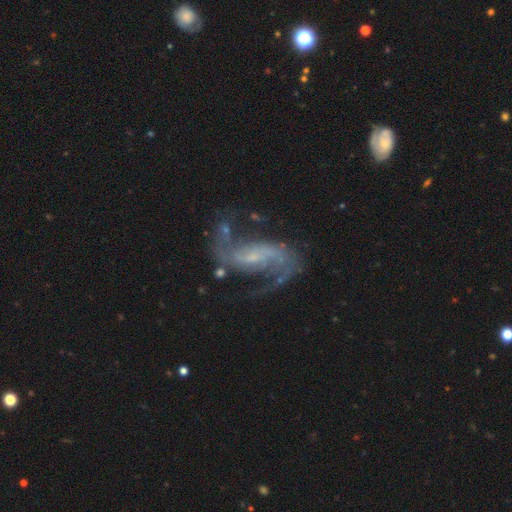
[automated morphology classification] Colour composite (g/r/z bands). It shows a featured or disk galaxy (91%) with a weak bar (47%), 2 (92%) loose (55%) spiral arms (97%) and a small central bulge (68%). Merging: none (65%).